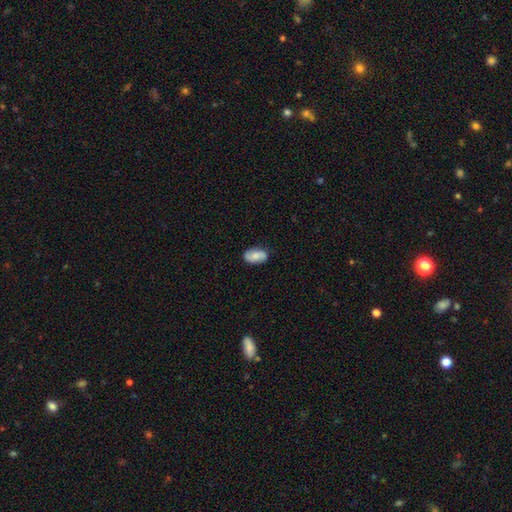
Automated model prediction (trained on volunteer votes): The model was most divided on "smooth or featured": smooth: 62%, featured or disk: 31%, star or artifact: 7%. More confident: how rounded — in between (93%); merging — none (82%).